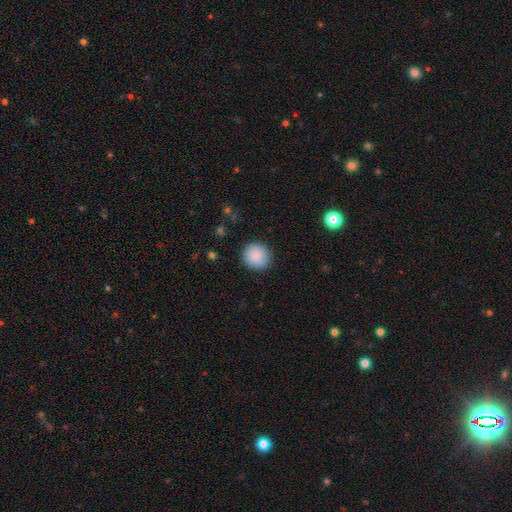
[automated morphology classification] Overall: smooth (89%). How rounded: round (91%). Merging: none (89%).